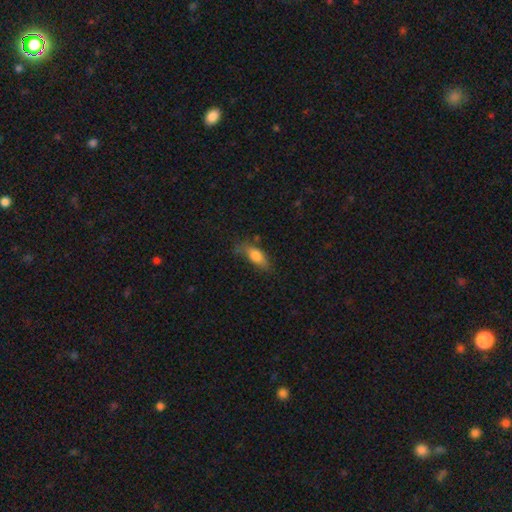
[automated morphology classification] A smooth galaxy with no disk features (75%) that is in between round and cigar-shaped (73%).

Vote fractions:
- Smooth or featured? smooth: 75% / featured or disk: 17% / star or artifact: 8%
- How rounded? in between: 73% / cigar-shaped: 23% / round: 4%
- Merging? none: 55% / minor disturbance: 30% / major disturbance: 11% / merger: 4%